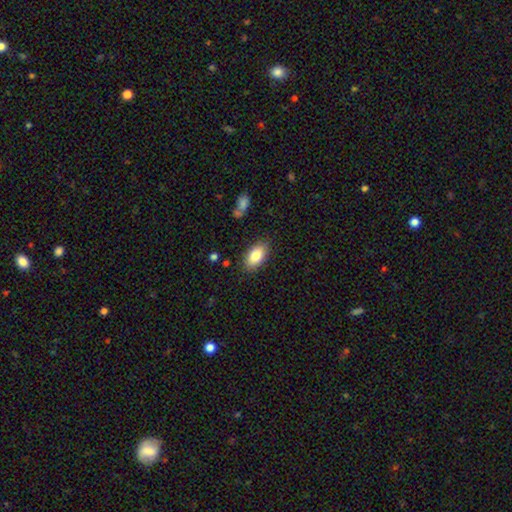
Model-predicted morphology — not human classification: Smooth or featured?
  - smooth: 83% *
  - featured or disk: 10%
  - star or artifact: 7%
How rounded?
  - in between: 92% *
  - round: 5%
  - cigar-shaped: 3%
Merging?
  - none: 84% *
  - minor disturbance: 11%
  - major disturbance: 3%
  - merger: 1%